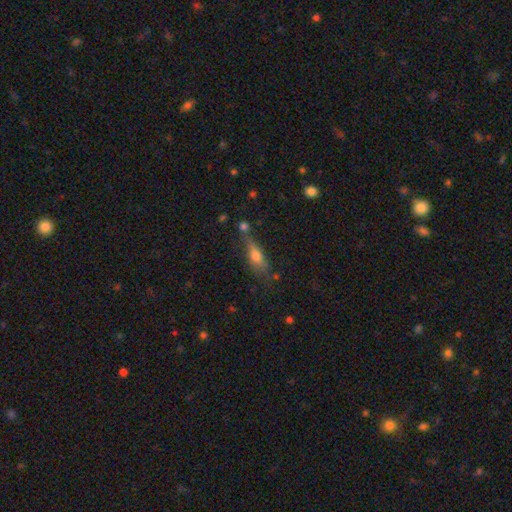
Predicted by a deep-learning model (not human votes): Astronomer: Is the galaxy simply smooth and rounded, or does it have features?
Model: smooth — 59%.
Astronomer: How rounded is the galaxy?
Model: in between — 50% (runner-up: cigar-shaped, 45%).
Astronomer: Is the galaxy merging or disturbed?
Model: none — 54%.